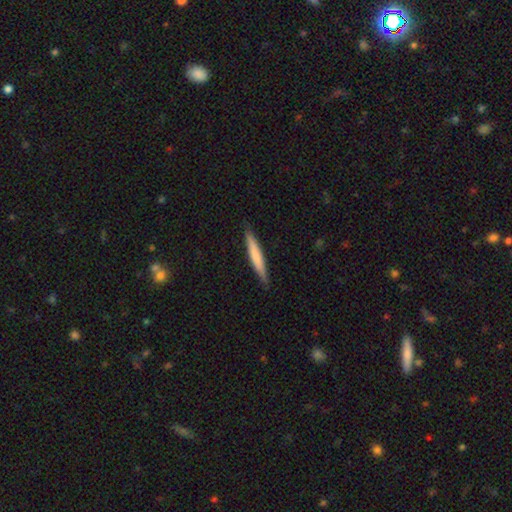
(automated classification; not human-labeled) Morphology: type=smooth (66%); roundness=cigar-shaped (95%); merging=none (89%).